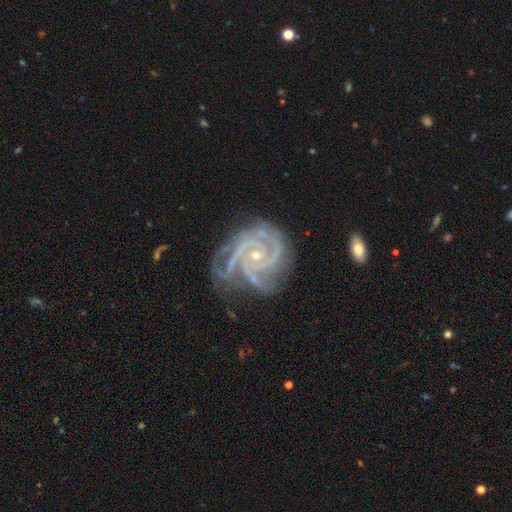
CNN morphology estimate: This is clearly a featured or disk galaxy (92%). It is clearly not viewed edge-on (98%). Bar: likely no (67%). Spiral arm pattern: clearly yes (99%). Spiral arm count: marginally 3 (42%). Spiral winding: likely tight (68%). Central bulge: likely small (77%). Merging: likely none (62%).